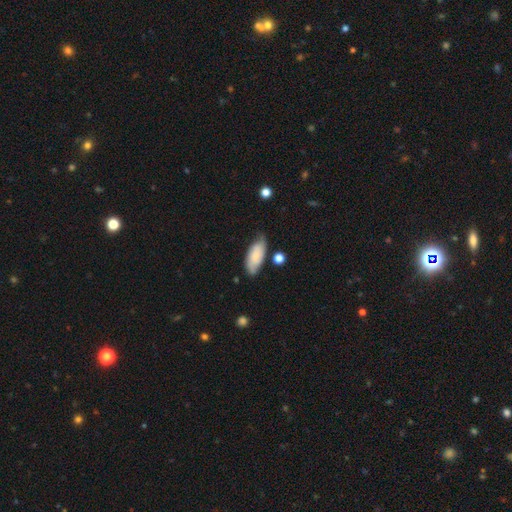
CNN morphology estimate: A smooth galaxy with no disk features (69%) that is in between round and cigar-shaped (83%). Merging: none (63%).